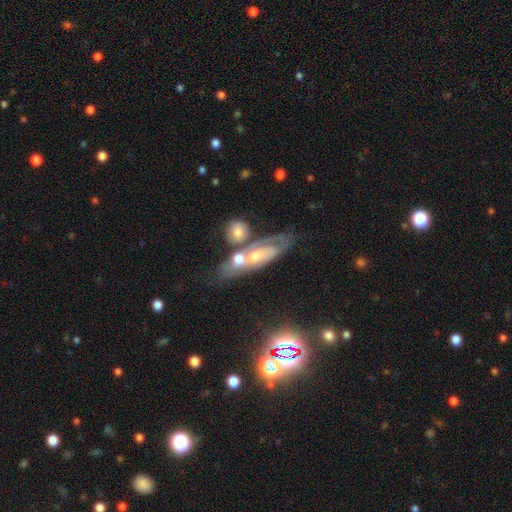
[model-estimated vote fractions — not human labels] A featured or disk galaxy (58%). Merging: none (39%).